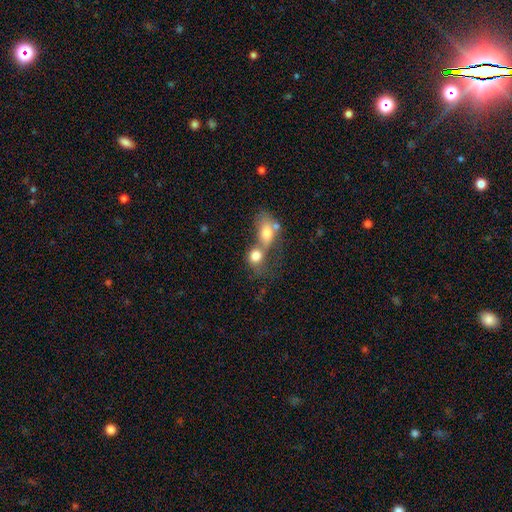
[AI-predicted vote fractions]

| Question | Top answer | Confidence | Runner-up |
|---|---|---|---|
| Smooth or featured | smooth | 76% | featured or disk (15%) |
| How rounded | round | 56% | in between (42%) |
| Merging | merger | 69% | none (18%) |